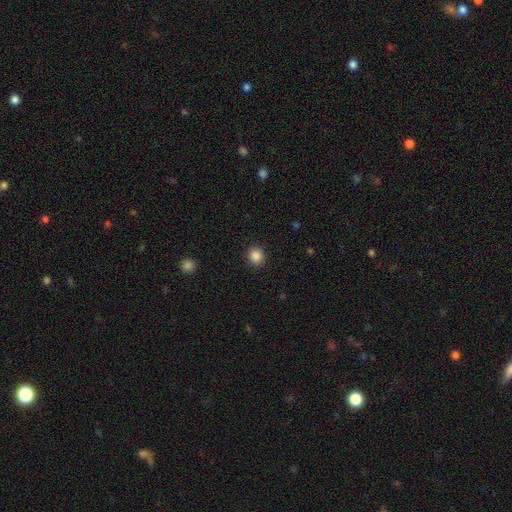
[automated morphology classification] Q: Smooth or featured?
A: smooth (87%); runner-up: star or artifact (10%)
Q: How rounded?
A: round (79%); runner-up: in between (20%)
Q: Merging?
A: none (90%); runner-up: minor disturbance (7%)